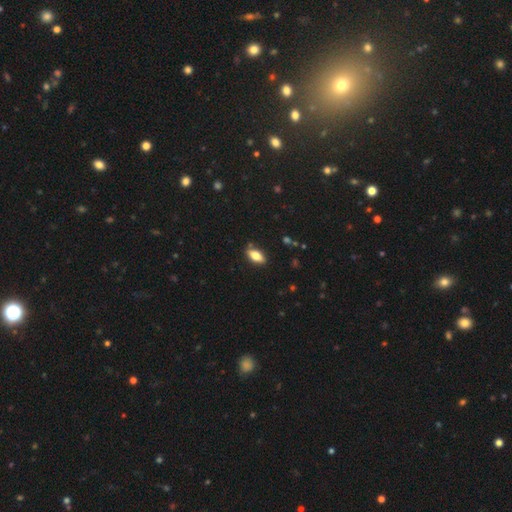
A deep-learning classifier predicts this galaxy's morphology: A smooth galaxy with no disk features (76%) that is in between round and cigar-shaped (85%).

Vote fractions:
- Smooth or featured? smooth: 76% / featured or disk: 17% / star or artifact: 7%
- How rounded? in between: 85% / cigar-shaped: 13% / round: 3%
- Merging? none: 82% / minor disturbance: 13% / merger: 3% / major disturbance: 3%